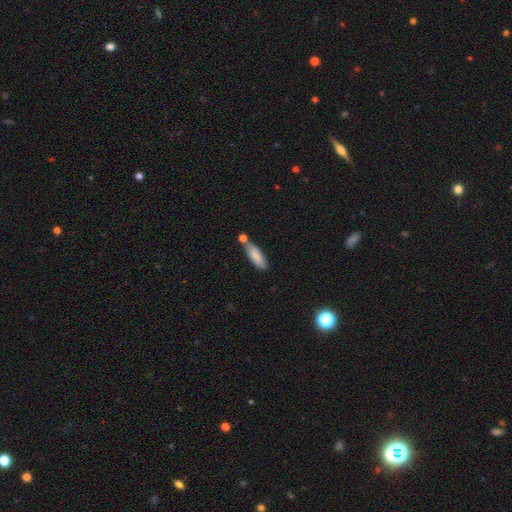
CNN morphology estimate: smooth-or-featured: smooth: 83% | featured or disk: 11% | star or artifact: 6%
  how-rounded: in between: 54% | cigar-shaped: 44% | round: 2%
  merging: none: 62% | merger: 19% | minor disturbance: 15% | major disturbance: 4%